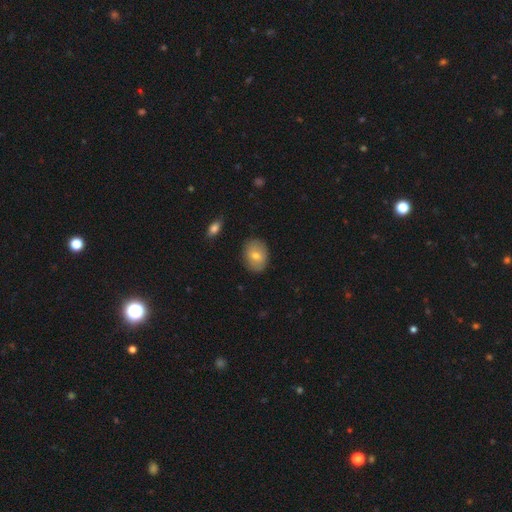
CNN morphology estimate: This appears to be a smooth galaxy with no disk features (71%) that is in between round and cigar-shaped (65%). Merging: none (85%).